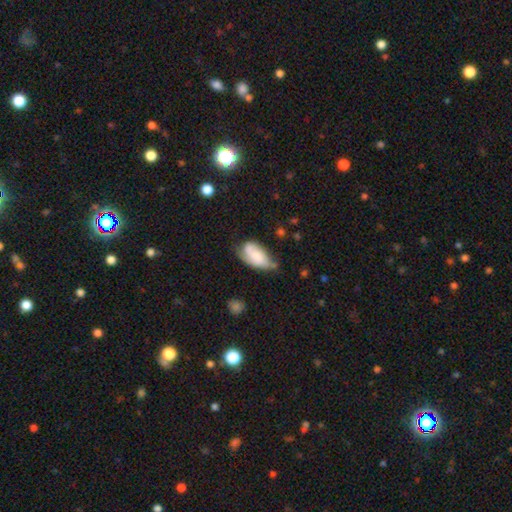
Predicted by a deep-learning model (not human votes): Morphology: type=smooth (56%); roundness=in between (91%); merging=minor disturbance (40%).